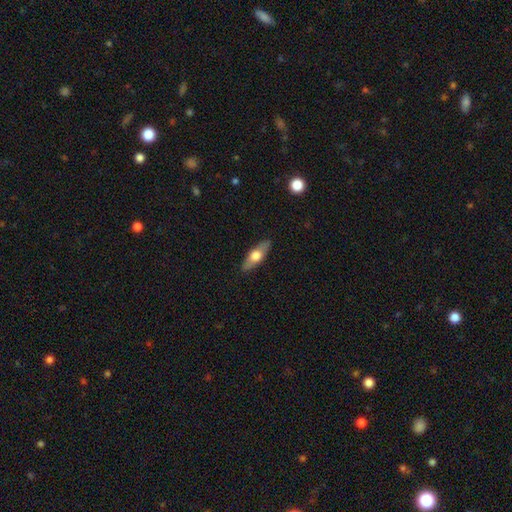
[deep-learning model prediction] Q: Smooth or featured?
A: smooth (51%); runner-up: featured or disk (43%)
Q: How rounded?
A: in between (56%); runner-up: cigar-shaped (40%)
Q: Merging?
A: none (87%); runner-up: minor disturbance (9%)